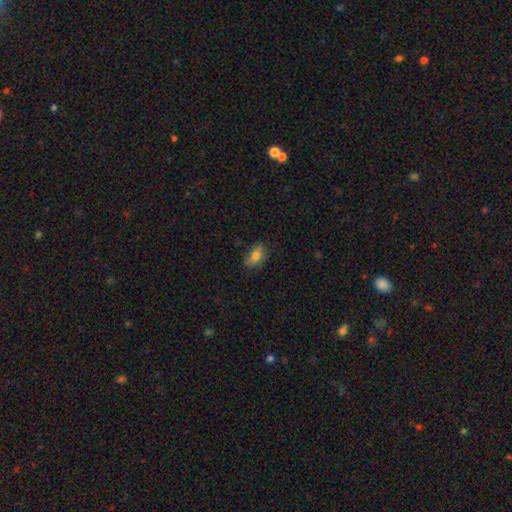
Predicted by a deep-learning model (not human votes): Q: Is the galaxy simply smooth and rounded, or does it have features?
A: smooth — 78%.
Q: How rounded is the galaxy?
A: in between — 88%.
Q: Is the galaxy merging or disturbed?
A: none — 70%.